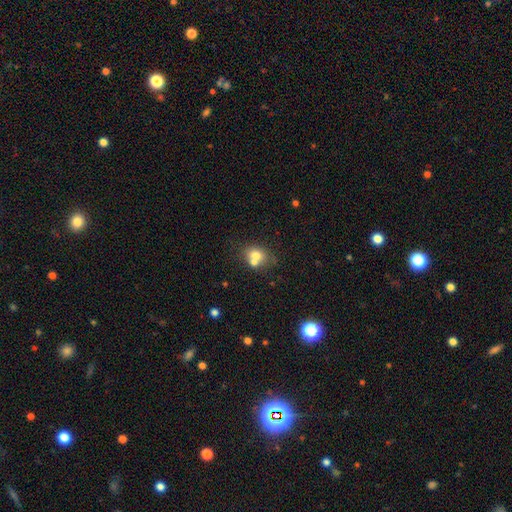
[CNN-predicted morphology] Overall: smooth (70%). How rounded: round (56%; in between 43%). Merging: none (42%, tied with merger).